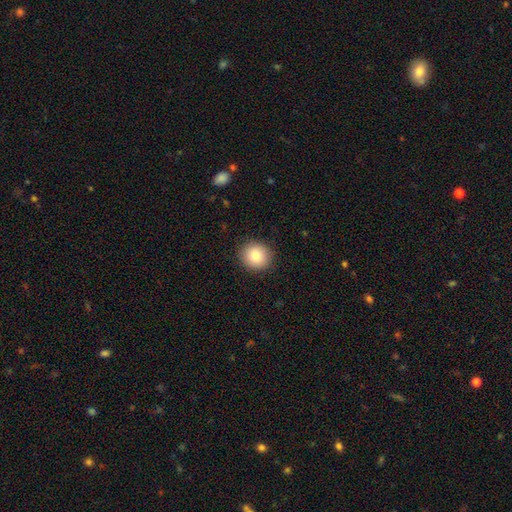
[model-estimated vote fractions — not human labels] Overall: smooth (82%). How rounded: round (90%). Merging: none (91%).